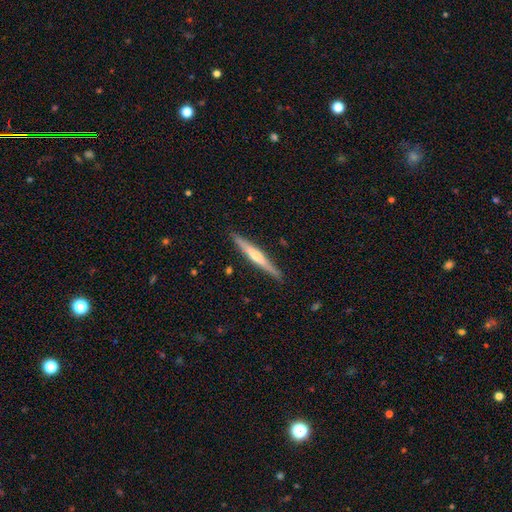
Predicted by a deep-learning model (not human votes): A featured or disk galaxy (65%) viewed edge-on (97%) with a rounded central bulge (77%).

Vote fractions:
- Smooth or featured? featured or disk: 65% / smooth: 30% / star or artifact: 5%
- Edge-on disk? yes: 97% / no: 3%
- Edge-on bulge? rounded: 77% / none: 16% / boxy: 7%
- Merging? none: 90% / minor disturbance: 7% / major disturbance: 1% / merger: 1%